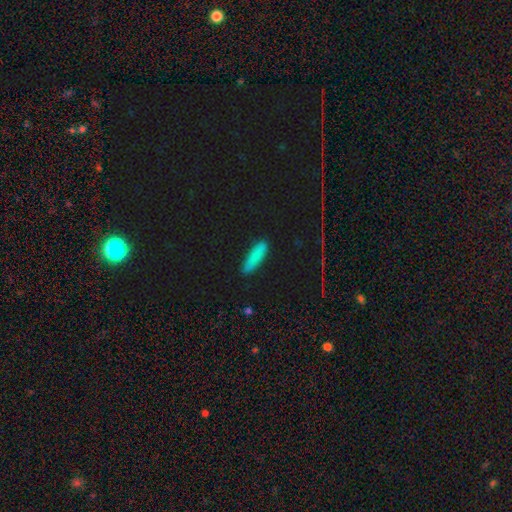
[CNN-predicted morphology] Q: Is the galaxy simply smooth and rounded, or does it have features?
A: smooth — 83%.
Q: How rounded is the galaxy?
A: cigar-shaped — 72%.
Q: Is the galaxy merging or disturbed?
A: none — 86%.